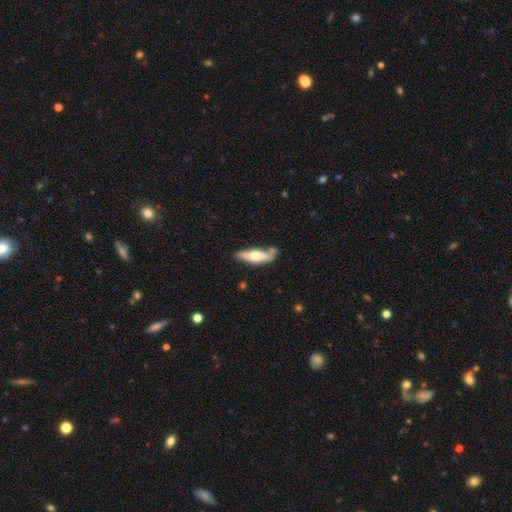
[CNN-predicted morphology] This appears to be a smooth galaxy with no disk features (49%). Merging: none (66%).